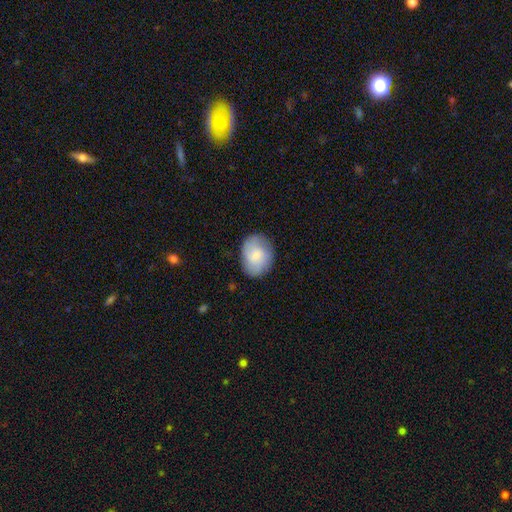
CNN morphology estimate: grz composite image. It shows a smooth galaxy with no disk features (76%) that is in between round and cigar-shaped (63%). Merging: none (79%).